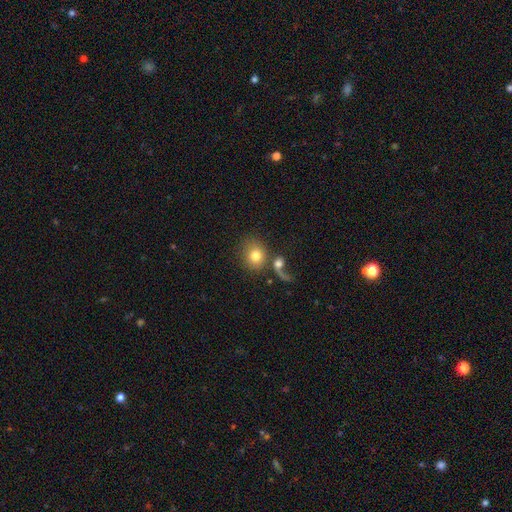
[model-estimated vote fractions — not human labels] Smooth or featured: smooth — 76% (featured or disk — 14%)
How rounded: round — 75% (in between — 24%)
Merging: none — 49% (merger — 27%)